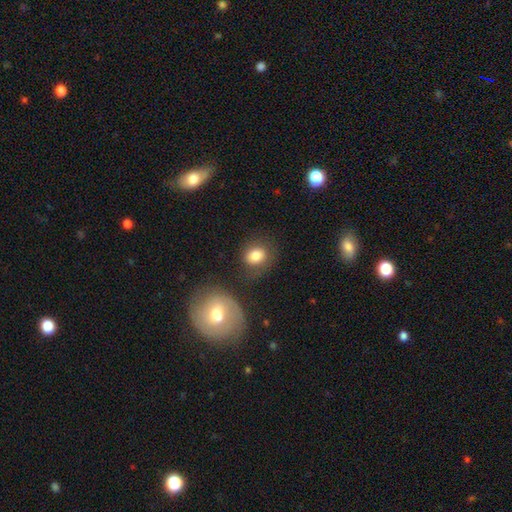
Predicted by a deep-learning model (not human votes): This is clearly a smooth galaxy (81%). How rounded: possibly round (58%). Merging: likely none (68%).